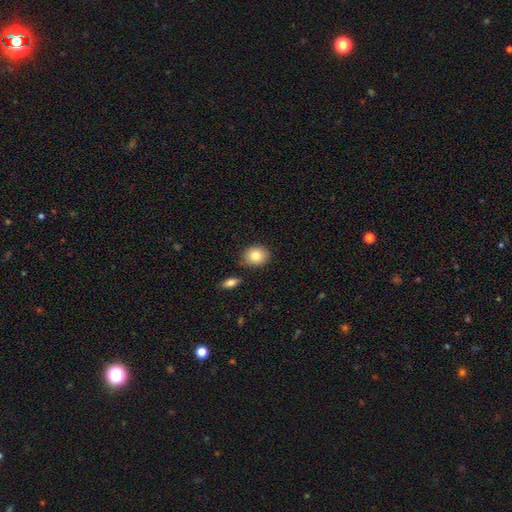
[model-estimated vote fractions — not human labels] Smooth or featured? Predicted: smooth (p=0.83). How rounded? Predicted: round (p=0.56). Merging? Predicted: none (p=0.83).